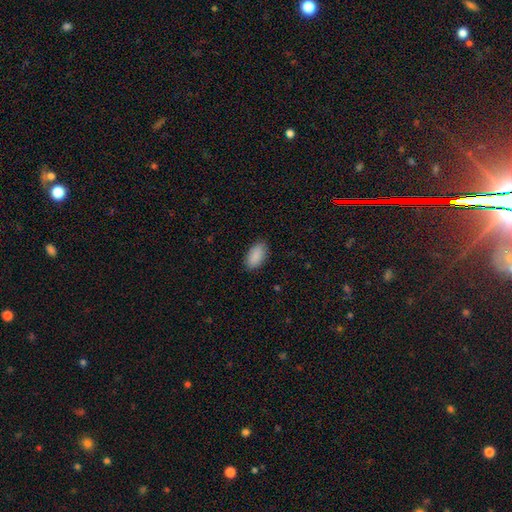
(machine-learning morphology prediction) type=smooth (90%); roundness=in between (94%); merging=none (87%).